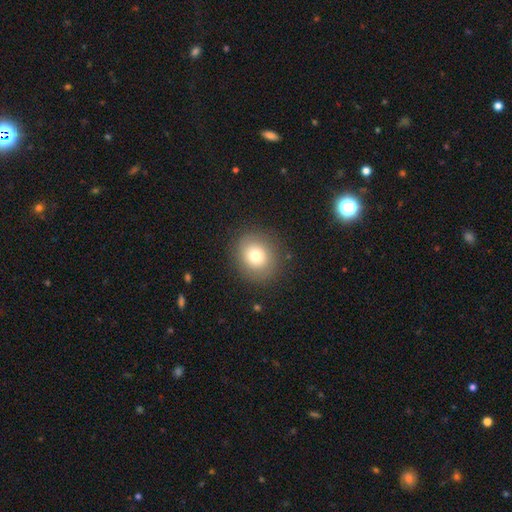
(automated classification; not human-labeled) A smooth galaxy with no disk features (72%) that is round (80%). Merging: none (86%).